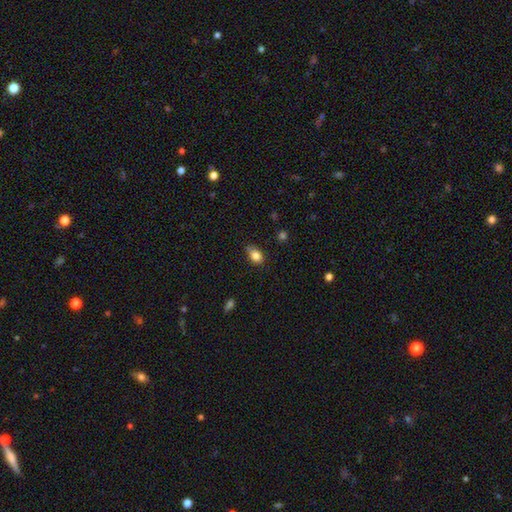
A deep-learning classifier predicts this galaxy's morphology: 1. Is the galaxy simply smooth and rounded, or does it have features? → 82% smooth, 10% star or artifact, 8% featured or disk.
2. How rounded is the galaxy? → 74% in between, 24% round, 2% cigar-shaped.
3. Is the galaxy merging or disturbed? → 59% none, 33% minor disturbance, 6% major disturbance, 2% merger.